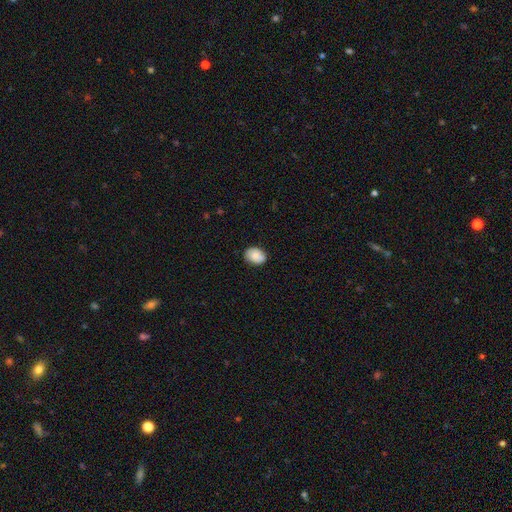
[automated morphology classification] A smooth galaxy with no disk features (85%) that is in between round and cigar-shaped (72%).

Vote fractions:
- Smooth or featured? smooth: 85% / featured or disk: 8% / star or artifact: 7%
- How rounded? in between: 72% / round: 27% / cigar-shaped: 1%
- Merging? none: 82% / minor disturbance: 14% / major disturbance: 3% / merger: 1%